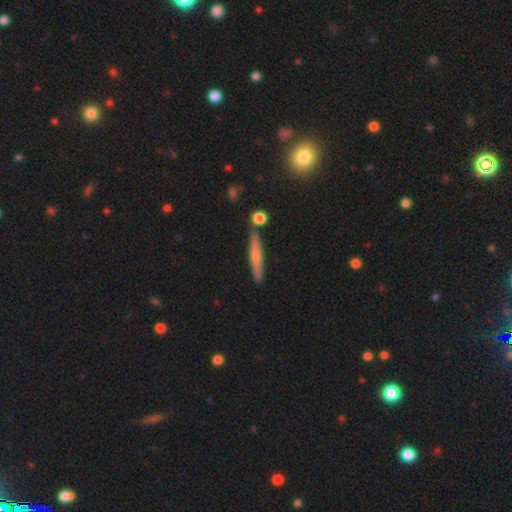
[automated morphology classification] Smooth or featured? Predicted: smooth (p=0.55). How rounded? Predicted: cigar-shaped (p=0.92). Merging? Predicted: none (p=0.83).